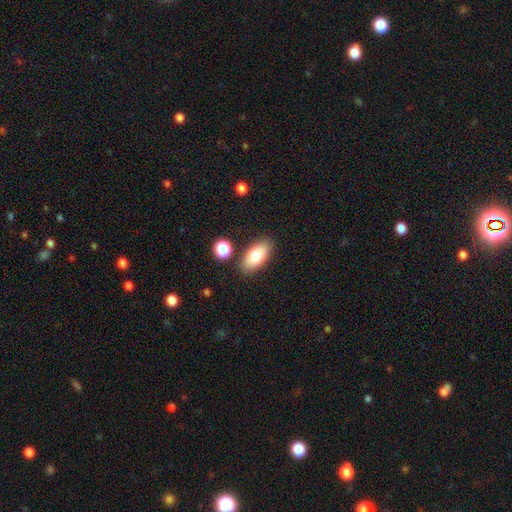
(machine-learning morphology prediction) The model was most divided on "smooth or featured": smooth: 77%, featured or disk: 15%, star or artifact: 7%. More confident: how rounded — in between (90%); merging — none (85%).